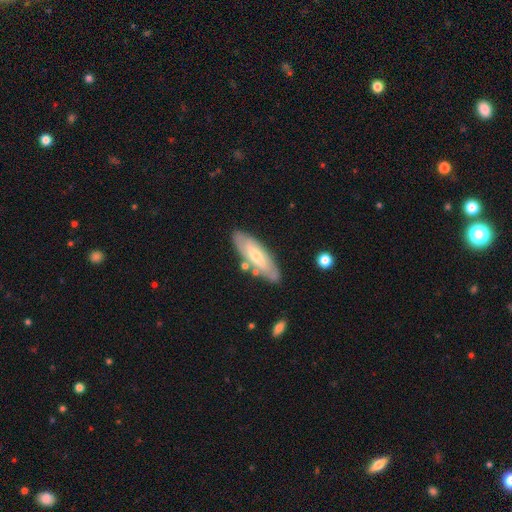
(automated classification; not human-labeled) smooth_or_featured: featured or disk (p=0.49) [alt: smooth p=0.45]
merging: none (p=0.79) [alt: minor disturbance p=0.13]